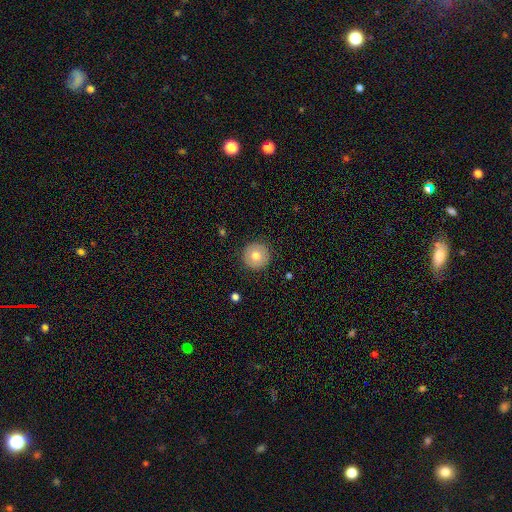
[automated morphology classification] A smooth galaxy with no disk features (75%) that is round (96%).

Vote fractions:
- Smooth or featured? smooth: 75% / featured or disk: 17% / star or artifact: 8%
- How rounded? round: 96% / in between: 3% / cigar-shaped: 1%
- Merging? none: 91% / minor disturbance: 6% / major disturbance: 2% / merger: 1%